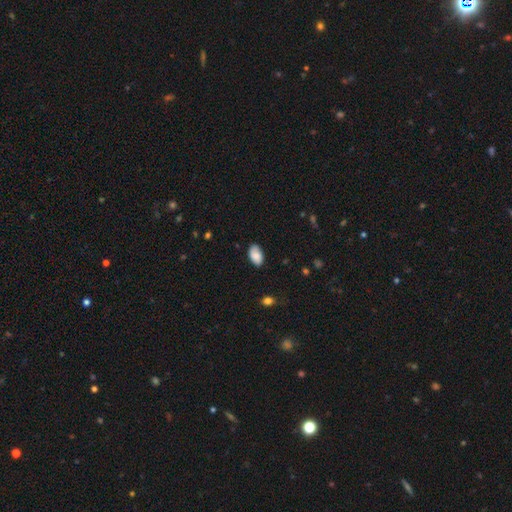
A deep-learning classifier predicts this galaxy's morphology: The model was most divided on "merging": none: 78%, minor disturbance: 18%, major disturbance: 3%, merger: 1%. More confident: how rounded — in between (94%); smooth or featured — smooth (83%).